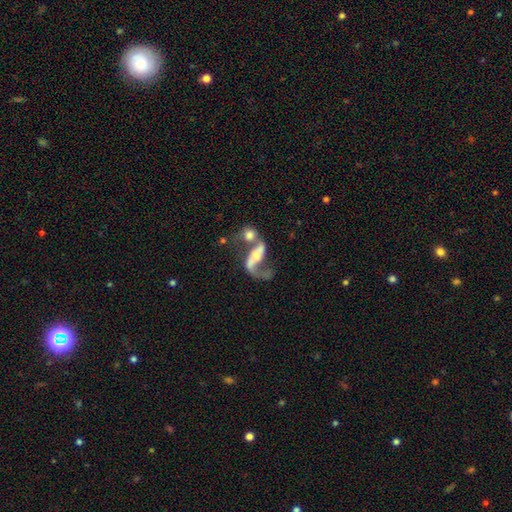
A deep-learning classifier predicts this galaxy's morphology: Overall: featured or disk (70%). Edge-on disk: no (94%). Bar: no (50%; weak 29%). Spiral arms: yes (77%). Spiral arm count: 2 (59%; 1 34%). Spiral winding: loose (84%). Bulge size: small (34%; moderate 33%). Merging: merger (53%; major disturbance 23%).